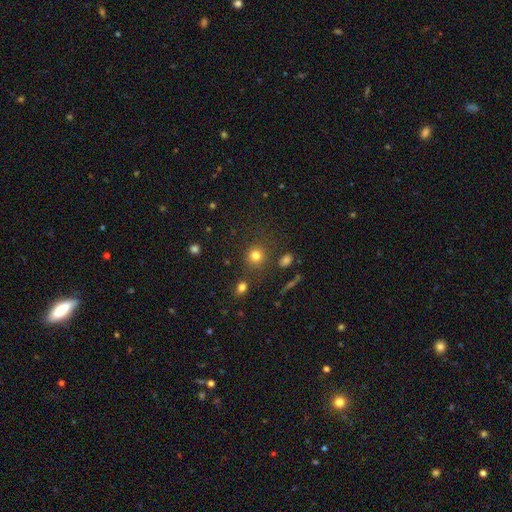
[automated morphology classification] This appears to be a smooth galaxy with no disk features (78%) that is round (87%). Merging: none (78%).